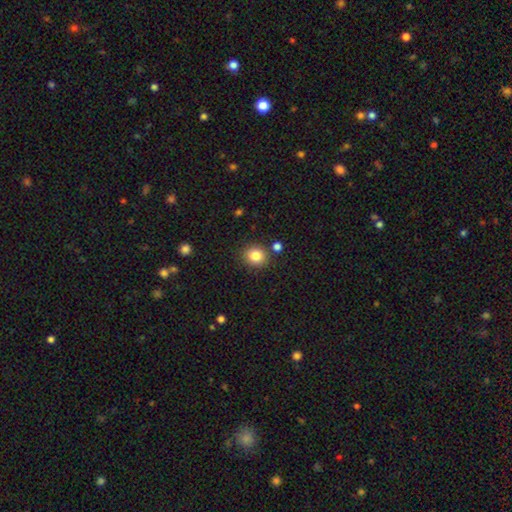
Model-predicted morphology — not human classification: This appears to be a smooth galaxy with no disk features (83%) that is round (79%). Merging: none (83%).